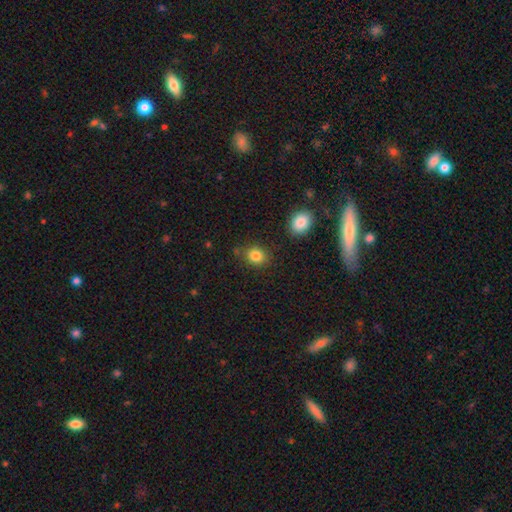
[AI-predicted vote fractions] smooth-or-featured: smooth: 84% | star or artifact: 10% | featured or disk: 5%
  how-rounded: round: 64% | in between: 35% | cigar-shaped: 1%
  merging: none: 80% | minor disturbance: 12% | merger: 5% | major disturbance: 3%